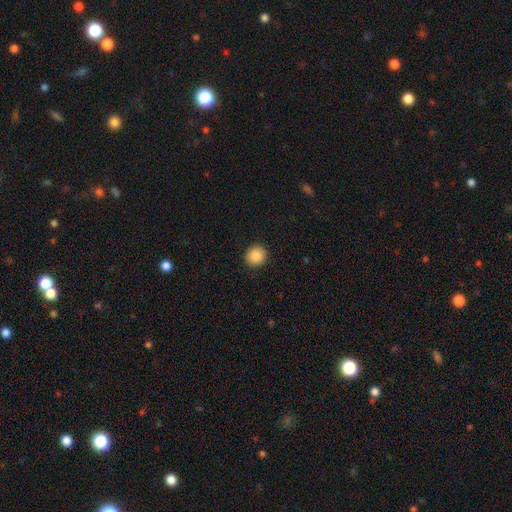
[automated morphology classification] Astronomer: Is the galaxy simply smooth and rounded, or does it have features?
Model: smooth — 86%.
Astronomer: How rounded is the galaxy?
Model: round — 91%.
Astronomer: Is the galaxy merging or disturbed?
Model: none — 92%.